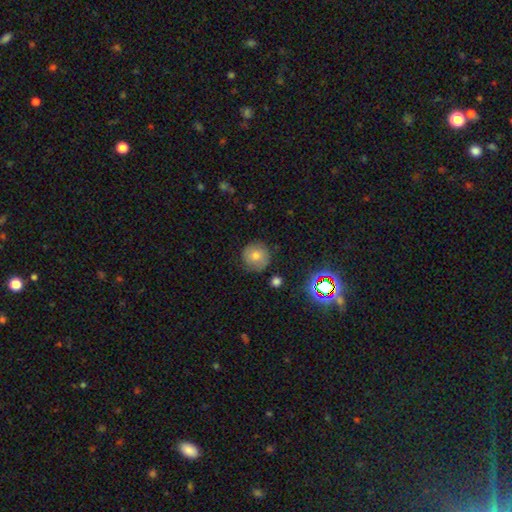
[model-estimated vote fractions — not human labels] Smooth or featured? Predicted: smooth (p=0.56). How rounded? Predicted: round (p=0.92). Merging? Predicted: none (p=0.81).